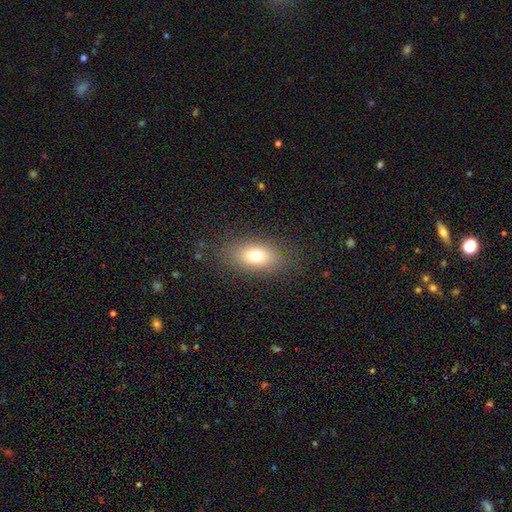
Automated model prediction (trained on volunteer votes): smooth-or-featured: smooth: 73% | featured or disk: 15% | star or artifact: 11%
  how-rounded: in between: 84% | round: 12% | cigar-shaped: 3%
  merging: none: 83% | minor disturbance: 11% | major disturbance: 5% | merger: 1%